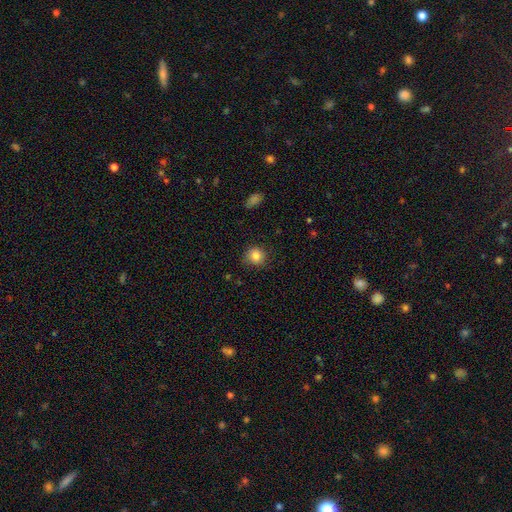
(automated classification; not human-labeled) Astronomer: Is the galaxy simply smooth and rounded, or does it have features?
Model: smooth — 84%.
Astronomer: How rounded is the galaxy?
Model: round — 86%.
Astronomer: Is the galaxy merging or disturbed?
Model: none — 83%.